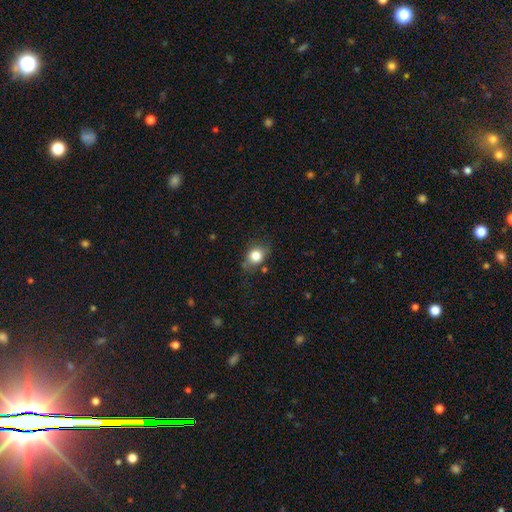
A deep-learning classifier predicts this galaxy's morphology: type=smooth (80%); roundness=round (60%); merging=none (70%).